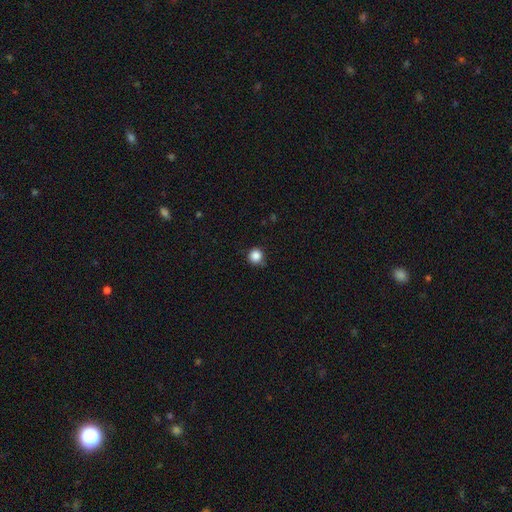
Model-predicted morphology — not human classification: Q: Smooth or featured?
A: smooth (86%); runner-up: star or artifact (11%)
Q: How rounded?
A: round (93%); runner-up: in between (6%)
Q: Merging?
A: none (83%); runner-up: minor disturbance (12%)